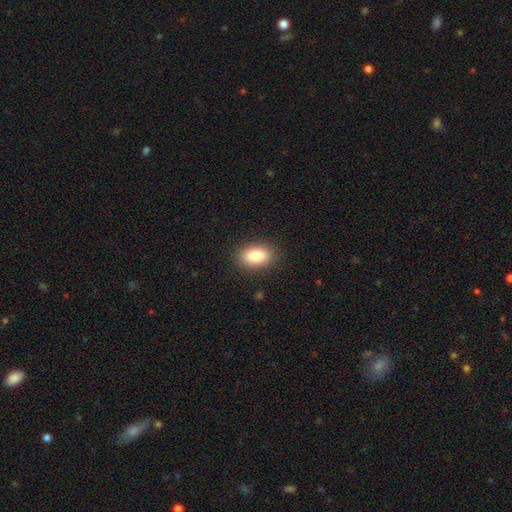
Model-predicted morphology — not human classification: Overall: smooth (83%). How rounded: in between (87%). Merging: none (88%).